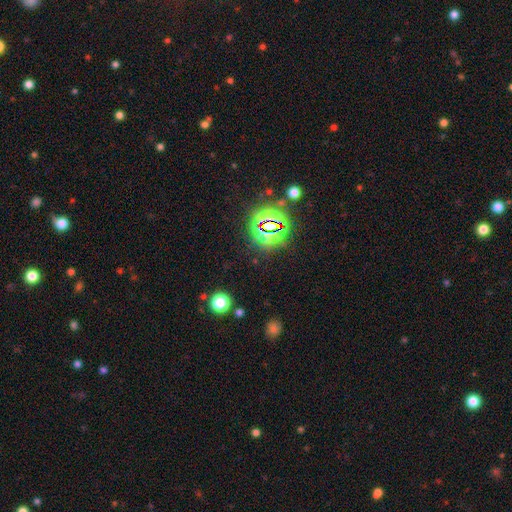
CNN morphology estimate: Smooth or featured: star or artifact — 81% (smooth — 11%)